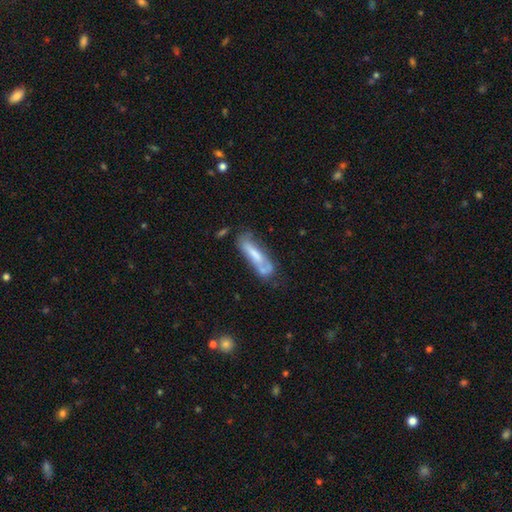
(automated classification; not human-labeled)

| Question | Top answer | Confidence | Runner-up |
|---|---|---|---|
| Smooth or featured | smooth | 48% | featured or disk (45%) |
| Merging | none | 45% | minor disturbance (27%) |